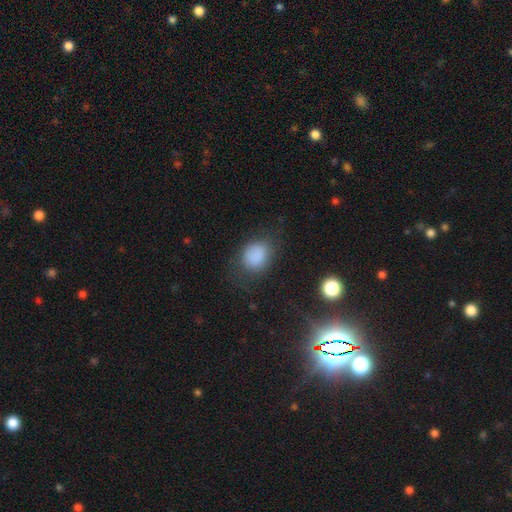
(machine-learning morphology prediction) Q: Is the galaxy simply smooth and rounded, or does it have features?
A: smooth — 83%.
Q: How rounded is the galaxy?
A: round — 52%.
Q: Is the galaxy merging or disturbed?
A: none — 68%.